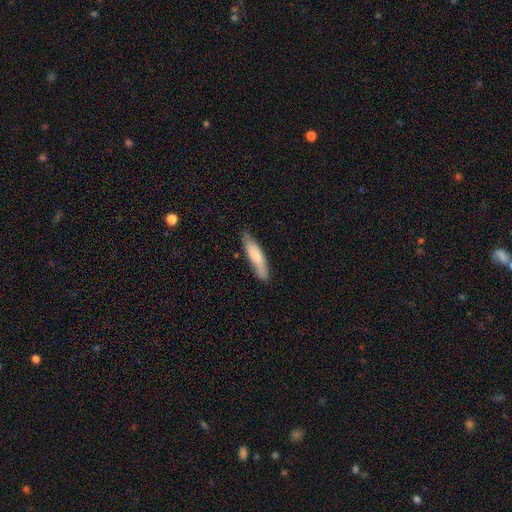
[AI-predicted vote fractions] Overall: smooth (77%). How rounded: cigar-shaped (75%). Merging: none (73%).